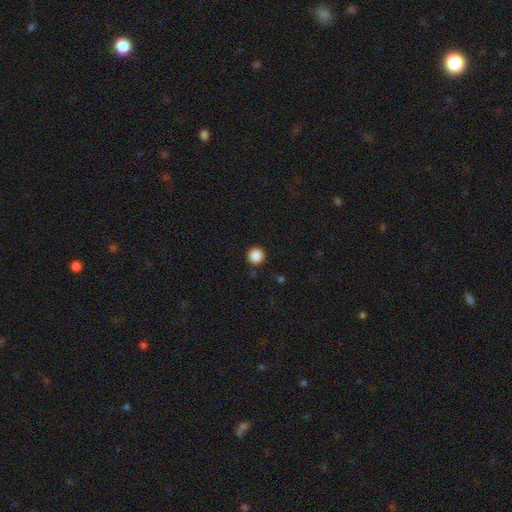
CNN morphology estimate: smooth-or-featured: smooth: 88% | star or artifact: 10% | featured or disk: 2%
  how-rounded: round: 96% | in between: 3% | cigar-shaped: 1%
  merging: none: 92% | minor disturbance: 5% | major disturbance: 2% | merger: 1%